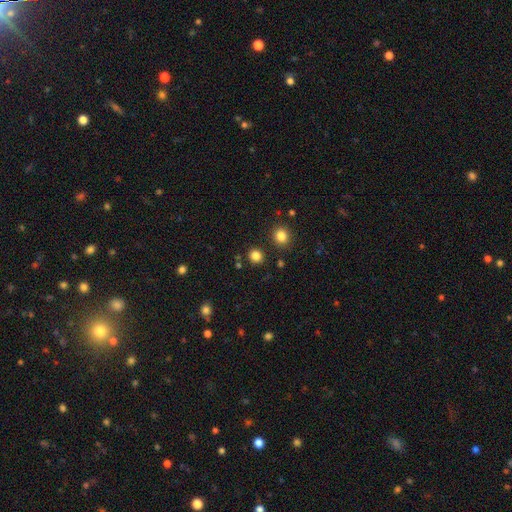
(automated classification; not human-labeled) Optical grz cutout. It shows a smooth galaxy with no disk features (83%) that is round (87%). Merging: none (88%).